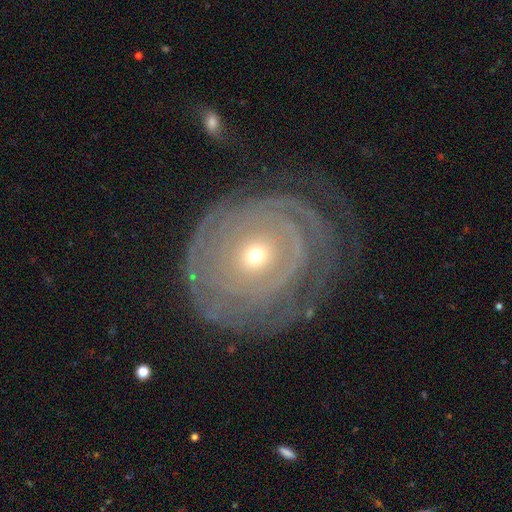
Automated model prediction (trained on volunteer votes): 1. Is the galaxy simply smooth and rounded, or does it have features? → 83% featured or disk, 11% smooth, 7% star or artifact.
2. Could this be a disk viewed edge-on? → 96% no, 4% yes.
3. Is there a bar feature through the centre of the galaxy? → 84% no, 11% weak, 5% strong.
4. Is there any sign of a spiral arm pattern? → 87% yes, 13% no.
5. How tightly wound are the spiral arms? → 82% tight, 13% medium, 6% loose.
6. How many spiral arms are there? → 38% can't tell, 21% 2, 13% 3, 10% 4, 10% more than 4, 9% 1.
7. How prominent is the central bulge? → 68% small, 29% moderate, 2% large, 1% dominant, 1% none.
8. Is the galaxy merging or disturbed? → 70% none, 17% minor disturbance, 12% major disturbance, 2% merger.